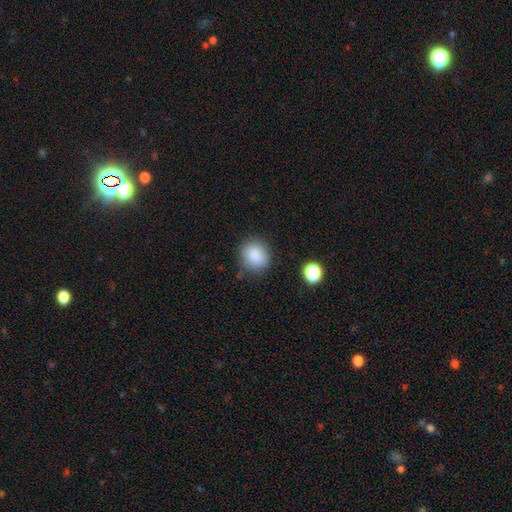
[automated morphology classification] The model was most divided on "how rounded": round: 75%, in between: 24%, cigar-shaped: 1%. More confident: smooth or featured — smooth (87%); merging — none (81%).